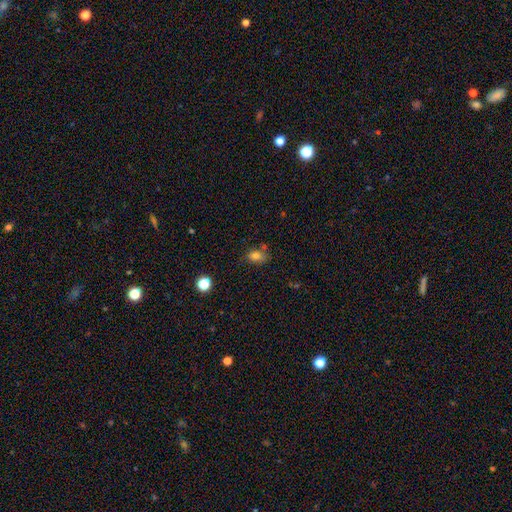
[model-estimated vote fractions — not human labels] smooth_or_featured: smooth (p=0.78) [alt: star or artifact p=0.12]
how_rounded: in between (p=0.75) [alt: round p=0.23]
merging: none (p=0.66) [alt: minor disturbance p=0.21]